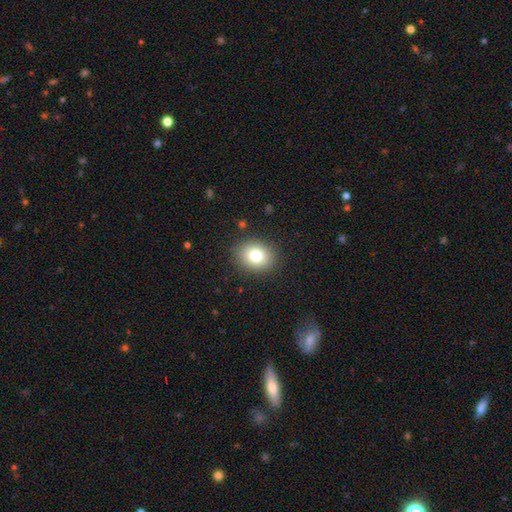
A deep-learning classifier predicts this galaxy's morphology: Smooth or featured? Predicted: smooth (p=0.82). How rounded? Predicted: in between (p=0.50). Merging? Predicted: none (p=0.88).